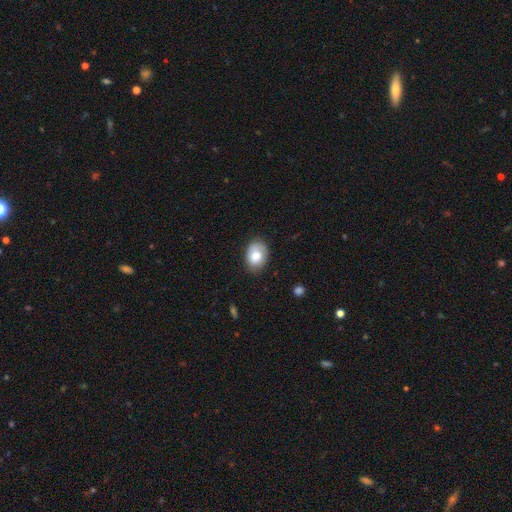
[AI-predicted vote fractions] Smooth or featured: smooth — 77% (featured or disk — 15%)
How rounded: in between — 73% (round — 26%)
Merging: none — 72% (minor disturbance — 22%)